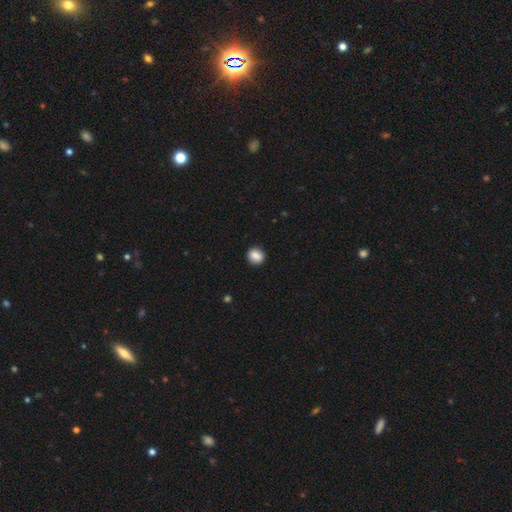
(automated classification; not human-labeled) Morphology: type=smooth (87%); roundness=round (73%); merging=none (90%).